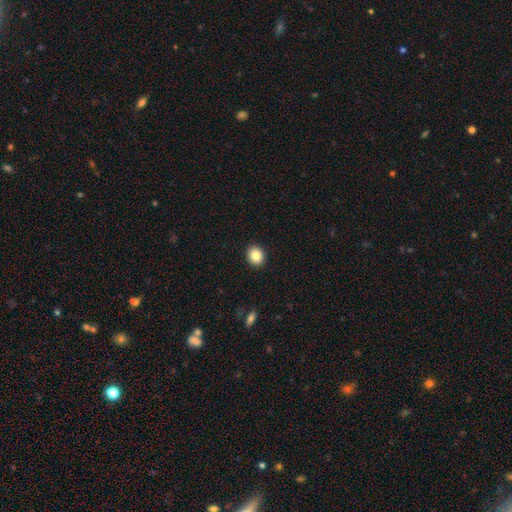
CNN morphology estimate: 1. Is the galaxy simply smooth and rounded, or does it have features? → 83% smooth, 9% star or artifact, 7% featured or disk.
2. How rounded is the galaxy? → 71% round, 28% in between, 1% cigar-shaped.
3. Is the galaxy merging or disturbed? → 92% none, 5% minor disturbance, 2% major disturbance, 1% merger.